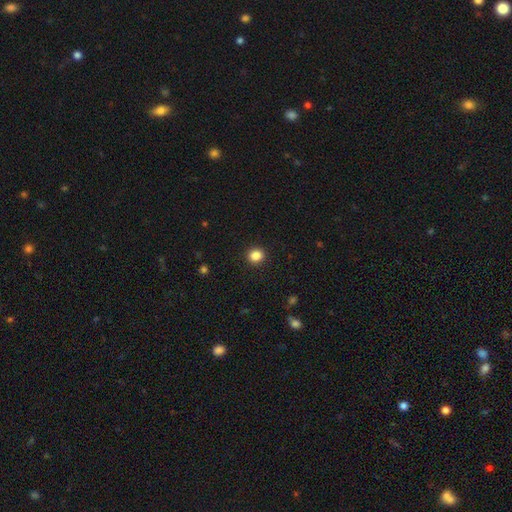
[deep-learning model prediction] Smooth or featured?
  - smooth: 86% *
  - star or artifact: 11%
  - featured or disk: 3%
How rounded?
  - round: 83% *
  - in between: 16%
  - cigar-shaped: 1%
Merging?
  - none: 92% *
  - minor disturbance: 5%
  - major disturbance: 2%
  - merger: 1%